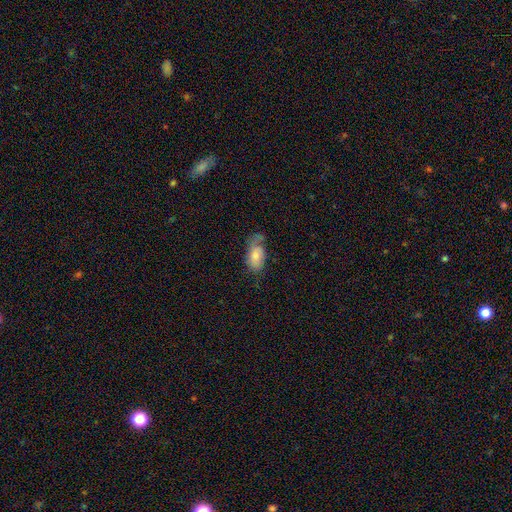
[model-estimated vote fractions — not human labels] smooth-or-featured: smooth: 61% | featured or disk: 32% | star or artifact: 7%
  how-rounded: in between: 93% | round: 4% | cigar-shaped: 3%
  merging: none: 37% | minor disturbance: 32% | major disturbance: 27% | merger: 4%